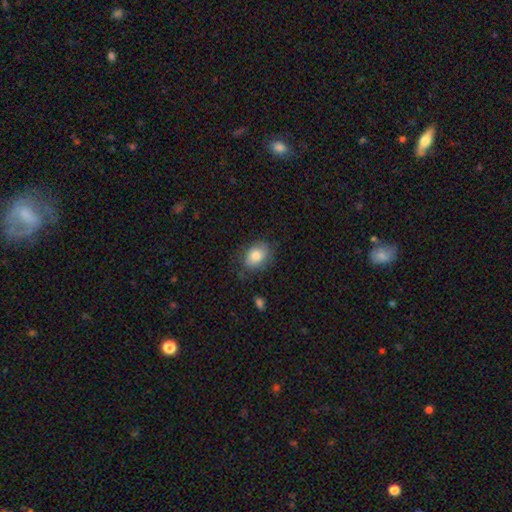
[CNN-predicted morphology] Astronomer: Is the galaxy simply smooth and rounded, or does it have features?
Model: smooth — 82%.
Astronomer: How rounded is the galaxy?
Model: in between — 69%.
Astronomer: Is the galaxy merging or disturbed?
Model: none — 76%.